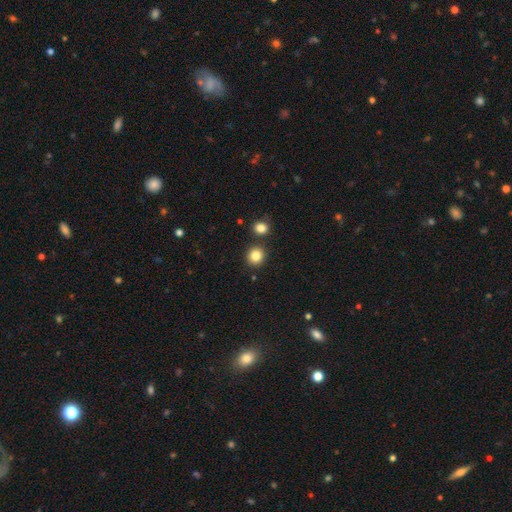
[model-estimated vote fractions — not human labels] Q: Smooth or featured?
A: smooth (84%); runner-up: star or artifact (11%)
Q: How rounded?
A: round (89%); runner-up: in between (10%)
Q: Merging?
A: none (84%); runner-up: merger (7%)